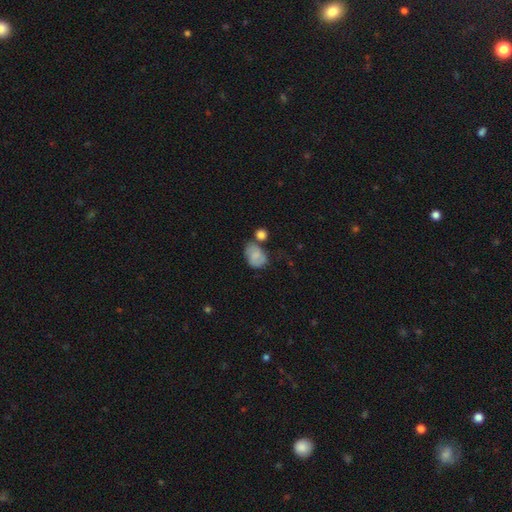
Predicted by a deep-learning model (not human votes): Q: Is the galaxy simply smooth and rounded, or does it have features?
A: smooth — 72%.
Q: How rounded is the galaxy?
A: in between — 69%.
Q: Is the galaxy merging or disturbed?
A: none — 46%.